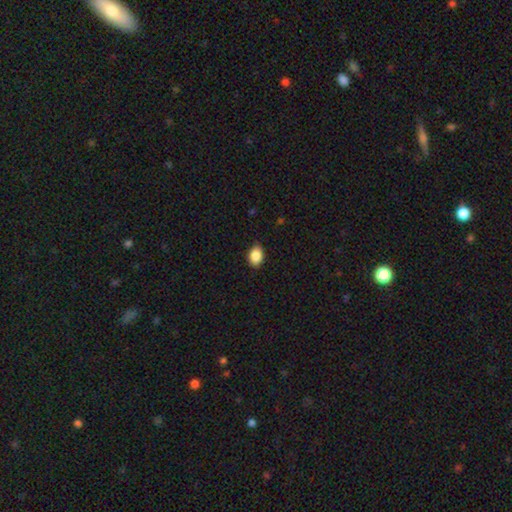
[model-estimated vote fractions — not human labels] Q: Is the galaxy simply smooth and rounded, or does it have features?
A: smooth — 88%.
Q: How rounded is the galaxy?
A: in between — 76%.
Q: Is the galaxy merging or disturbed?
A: none — 85%.